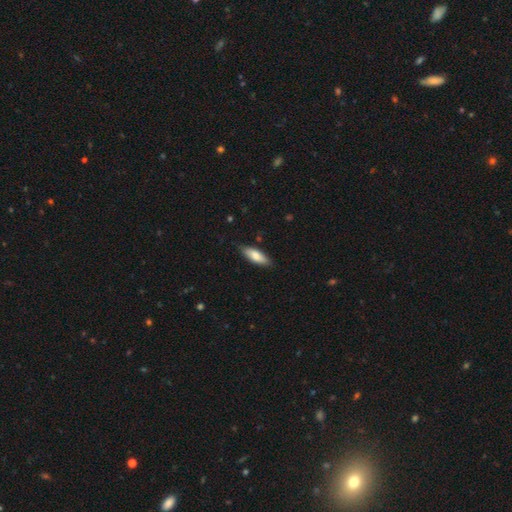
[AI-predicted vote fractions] Smooth or featured?
  - smooth: 79% *
  - featured or disk: 15%
  - star or artifact: 6%
How rounded?
  - in between: 63% *
  - cigar-shaped: 35%
  - round: 2%
Merging?
  - none: 84% *
  - minor disturbance: 13%
  - major disturbance: 2%
  - merger: 1%